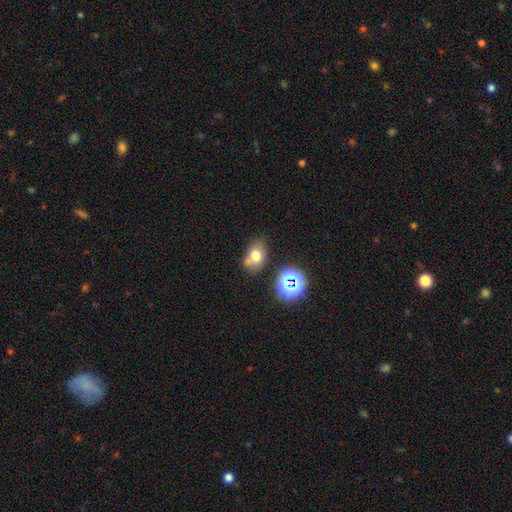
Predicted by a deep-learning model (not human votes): This appears to be a smooth galaxy with no disk features (70%) that is in between round and cigar-shaped (66%). Merging: none (57%).